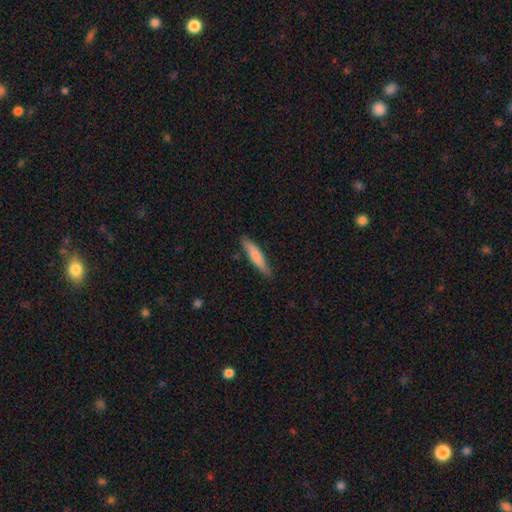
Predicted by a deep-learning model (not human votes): A smooth galaxy with no disk features (78%) that is cigar-shaped (86%). Merging: none (81%).